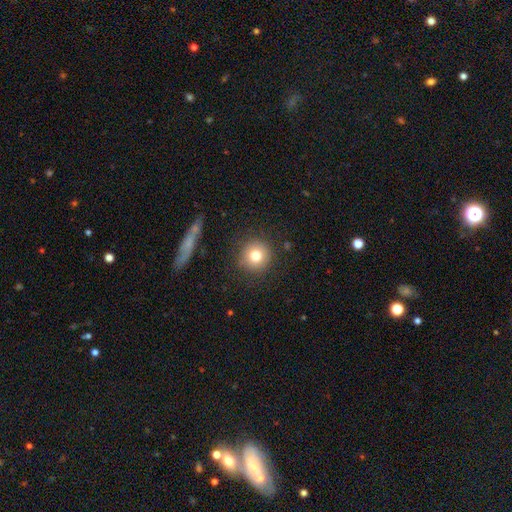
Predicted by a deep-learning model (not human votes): A smooth galaxy with no disk features (79%) that is round (94%). Merging: none (88%).